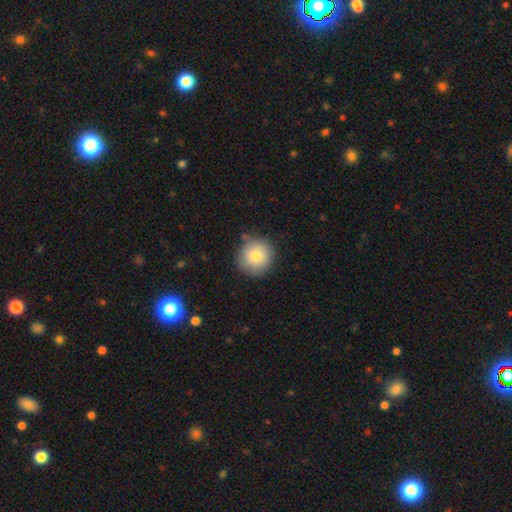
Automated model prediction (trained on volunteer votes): smooth 80%, featured or disk 12%, star or artifact 8%. Down the decision tree: how rounded — round (94%); merging — none (81%).